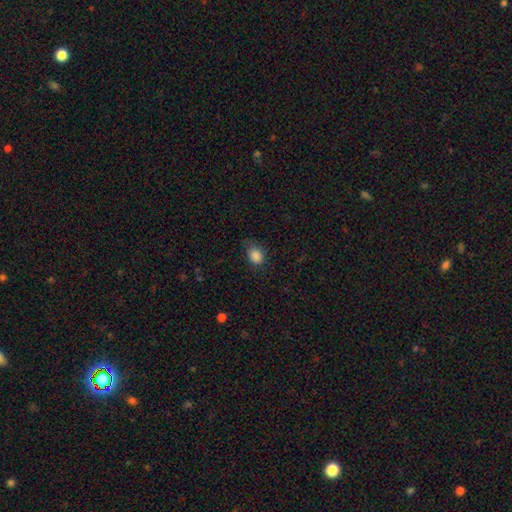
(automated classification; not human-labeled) Q: Smooth or featured?
A: smooth (86%); runner-up: star or artifact (10%)
Q: How rounded?
A: in between (59%); runner-up: round (39%)
Q: Merging?
A: none (70%); runner-up: minor disturbance (23%)